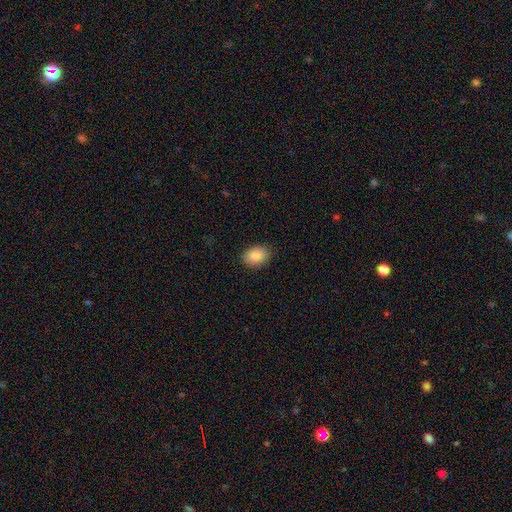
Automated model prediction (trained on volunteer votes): A smooth galaxy with no disk features (87%) that is in between round and cigar-shaped (76%).

Vote fractions:
- Smooth or featured? smooth: 87% / star or artifact: 7% / featured or disk: 6%
- How rounded? in between: 76% / round: 23% / cigar-shaped: 1%
- Merging? none: 87% / minor disturbance: 10% / major disturbance: 2% / merger: 1%